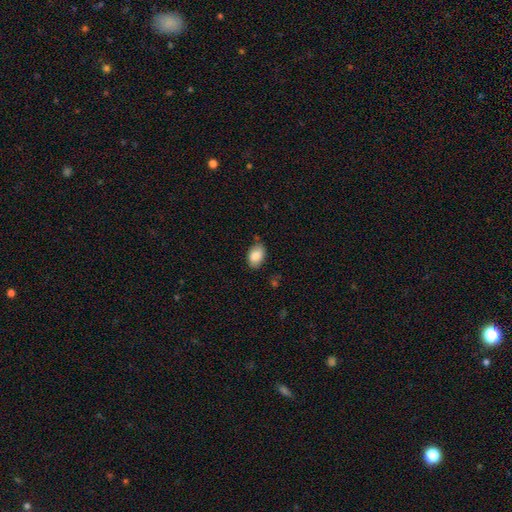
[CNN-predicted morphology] A smooth galaxy with no disk features (86%) that is in between round and cigar-shaped (87%).

Vote fractions:
- Smooth or featured? smooth: 86% / featured or disk: 7% / star or artifact: 7%
- How rounded? in between: 87% / round: 11% / cigar-shaped: 1%
- Merging? none: 74% / minor disturbance: 20% / major disturbance: 3% / merger: 3%